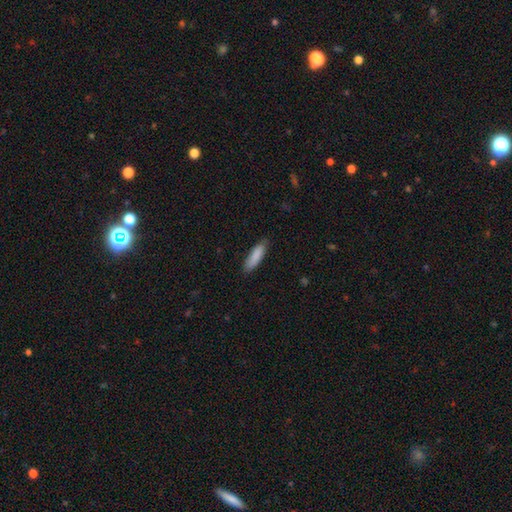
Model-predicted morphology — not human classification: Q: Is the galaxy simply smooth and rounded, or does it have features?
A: smooth — 87%.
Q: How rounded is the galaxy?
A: cigar-shaped — 62%.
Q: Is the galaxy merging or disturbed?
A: none — 82%.